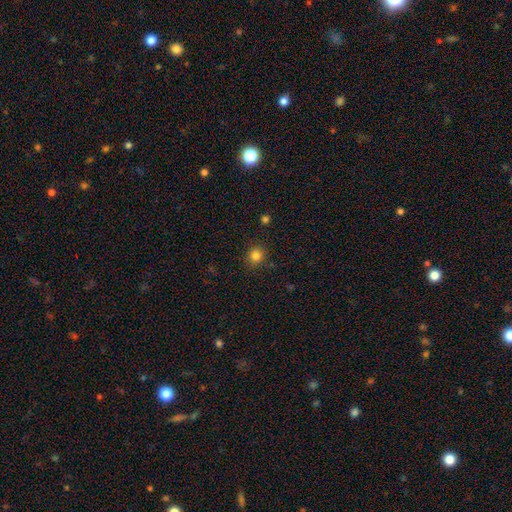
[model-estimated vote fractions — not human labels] A smooth galaxy with no disk features (83%) that is round (83%).

Vote fractions:
- Smooth or featured? smooth: 83% / star or artifact: 13% / featured or disk: 5%
- How rounded? round: 83% / in between: 16% / cigar-shaped: 1%
- Merging? none: 86% / minor disturbance: 9% / major disturbance: 3% / merger: 2%